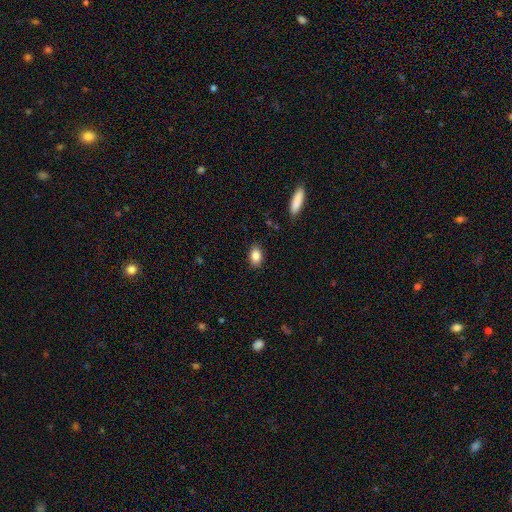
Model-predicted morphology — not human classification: The model was most divided on "how rounded": in between: 84%, round: 14%, cigar-shaped: 2%. More confident: merging — none (87%); smooth or featured — smooth (86%).